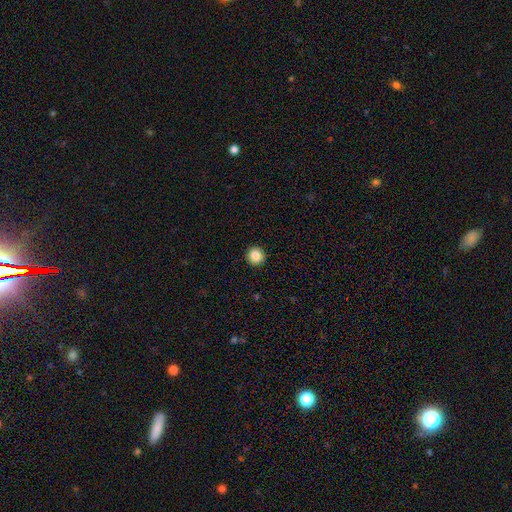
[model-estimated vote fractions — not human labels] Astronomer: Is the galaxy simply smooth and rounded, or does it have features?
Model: smooth — 87%.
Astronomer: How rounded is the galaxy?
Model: round — 95%.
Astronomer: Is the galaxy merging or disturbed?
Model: none — 93%.